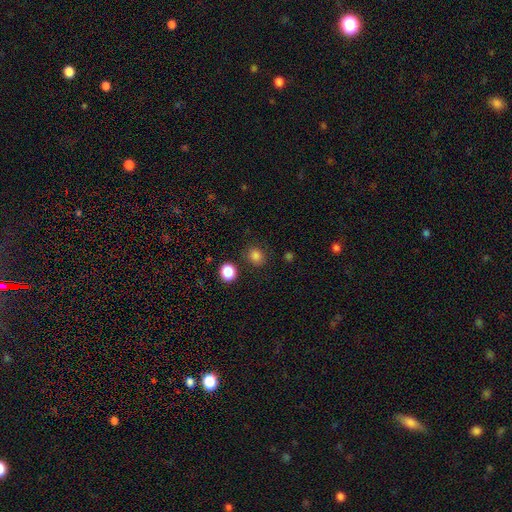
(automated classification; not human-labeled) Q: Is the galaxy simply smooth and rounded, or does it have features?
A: smooth — 84%.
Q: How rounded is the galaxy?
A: round — 64%.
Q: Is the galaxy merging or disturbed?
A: none — 83%.